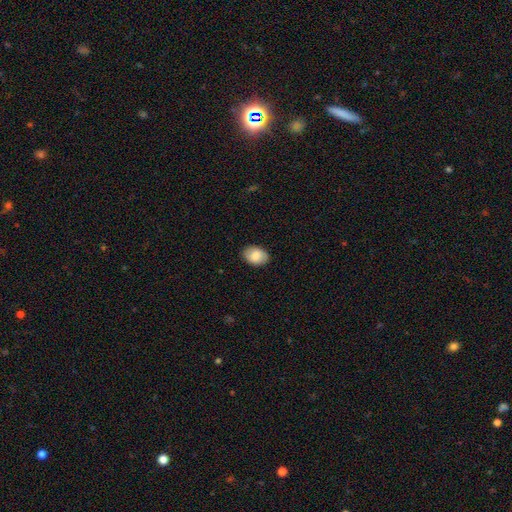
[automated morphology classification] This is clearly a smooth galaxy (83%). How rounded: likely in between (79%). Merging: clearly none (89%).